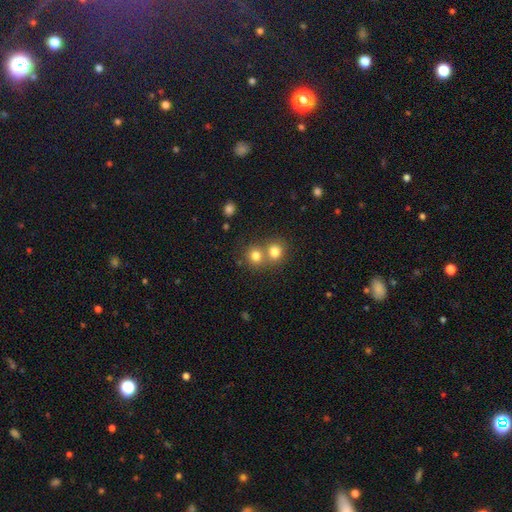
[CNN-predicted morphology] Smooth or featured? Predicted: smooth (p=0.79). How rounded? Predicted: round (p=0.85). Merging? Predicted: none (p=0.46, tied with merger).